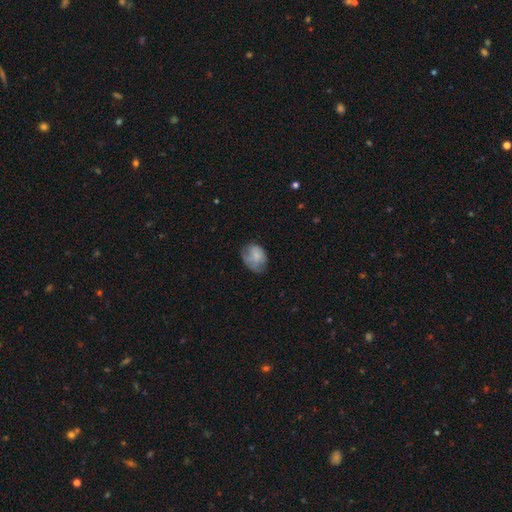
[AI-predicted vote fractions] This appears to be a smooth galaxy with no disk features (67%) that is in between round and cigar-shaped (64%). Merging: none (50%).